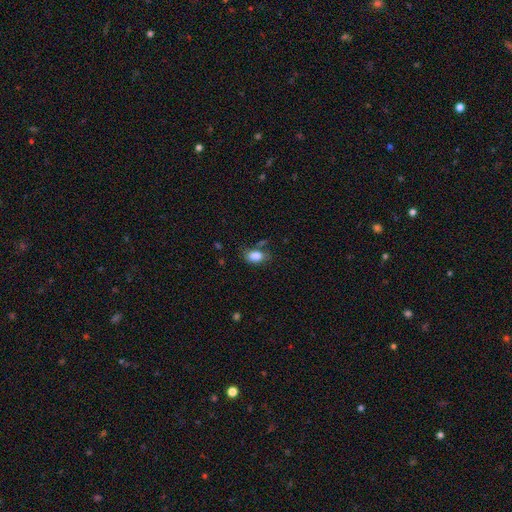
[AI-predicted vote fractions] smooth-or-featured: smooth: 82% | star or artifact: 9% | featured or disk: 8%
  how-rounded: in between: 85% | round: 14% | cigar-shaped: 2%
  merging: none: 56% | minor disturbance: 26% | major disturbance: 9% | merger: 9%